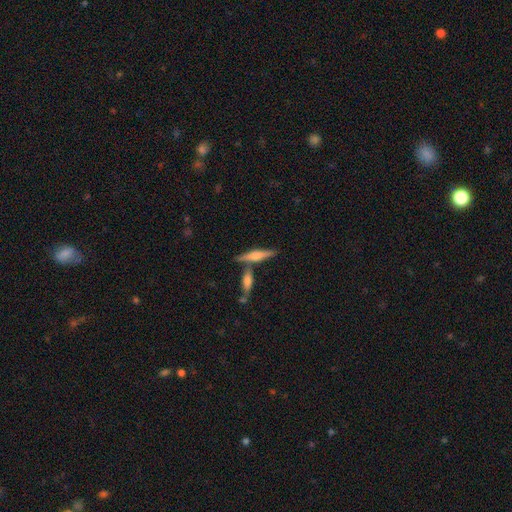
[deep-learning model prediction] A featured or disk galaxy (59%) viewed edge-on (96%) with a rounded central bulge (79%). Merging: none (69%).